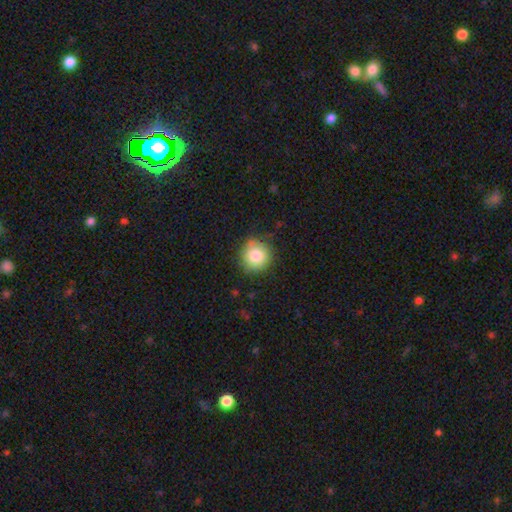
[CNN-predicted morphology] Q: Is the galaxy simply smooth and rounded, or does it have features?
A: smooth — 83%.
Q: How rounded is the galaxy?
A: round — 93%.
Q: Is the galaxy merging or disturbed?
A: none — 83%.